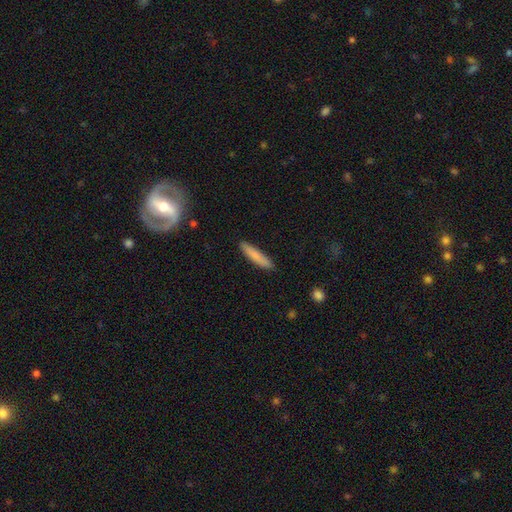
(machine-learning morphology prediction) Smooth or featured? smooth (80%)
How rounded? cigar-shaped (89%)
Merging? none (89%)